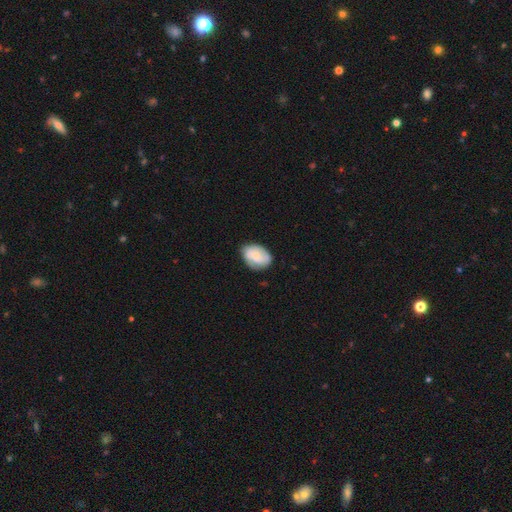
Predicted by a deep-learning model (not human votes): Smooth or featured?
  - smooth: 50% *
  - featured or disk: 44%
  - star or artifact: 7%
Merging?
  - none: 71% *
  - minor disturbance: 22%
  - major disturbance: 5%
  - merger: 1%